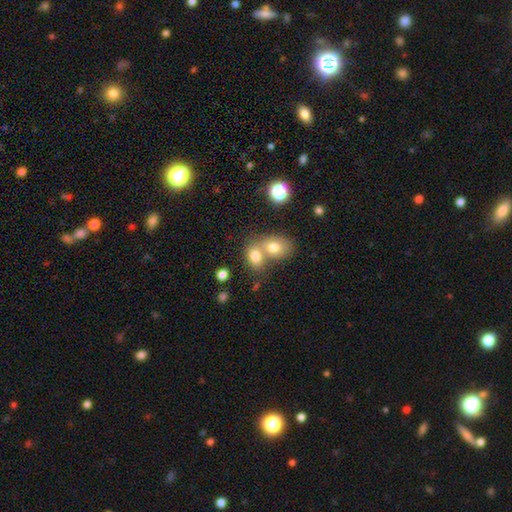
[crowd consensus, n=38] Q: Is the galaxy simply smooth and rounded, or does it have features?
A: smooth — 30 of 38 (79%).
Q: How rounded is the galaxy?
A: in between — 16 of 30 (53%).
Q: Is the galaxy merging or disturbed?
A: merger — 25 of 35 (71%).